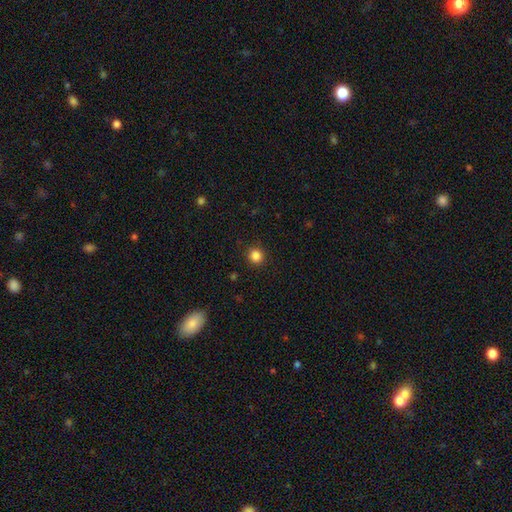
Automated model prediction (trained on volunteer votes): A smooth galaxy with no disk features (85%) that is round (88%).

Vote fractions:
- Smooth or featured? smooth: 85% / star or artifact: 11% / featured or disk: 3%
- How rounded? round: 88% / in between: 11% / cigar-shaped: 1%
- Merging? none: 90% / minor disturbance: 7% / major disturbance: 2% / merger: 1%